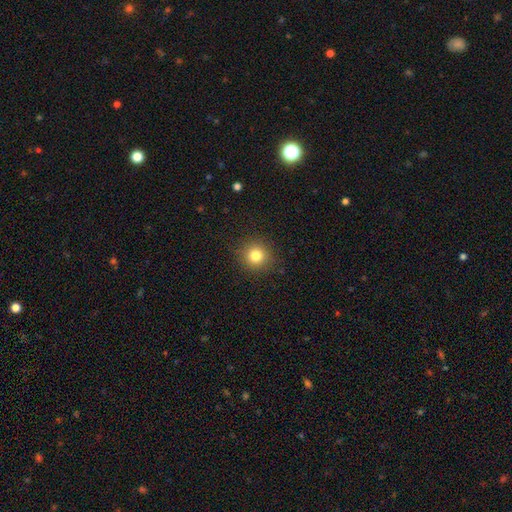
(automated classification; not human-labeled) Q: Smooth or featured?
A: smooth (81%); runner-up: star or artifact (12%)
Q: How rounded?
A: round (93%); runner-up: in between (7%)
Q: Merging?
A: none (90%); runner-up: minor disturbance (7%)